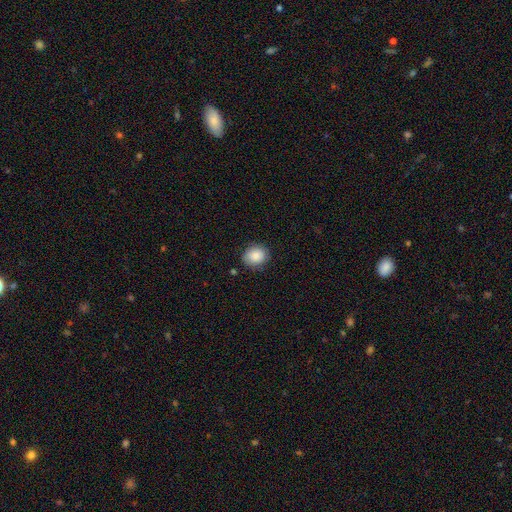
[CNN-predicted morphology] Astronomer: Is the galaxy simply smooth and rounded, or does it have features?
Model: smooth — 85%.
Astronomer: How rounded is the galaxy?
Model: round — 67%.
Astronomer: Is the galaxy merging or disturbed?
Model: none — 81%.